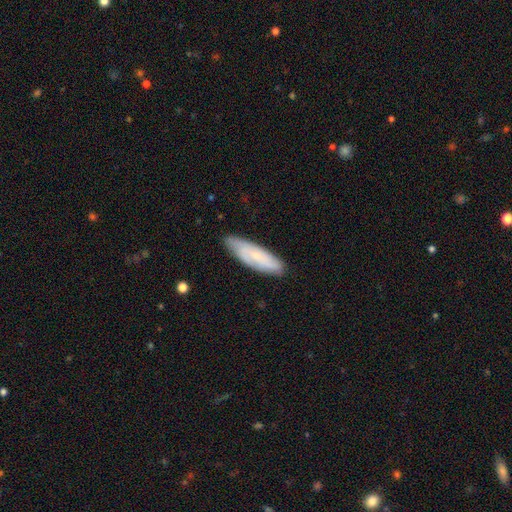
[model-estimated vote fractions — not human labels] The model was most divided on "smooth or featured": smooth: 52%, featured or disk: 41%, star or artifact: 7%. More confident: merging — none (80%); how rounded — cigar-shaped (57%).